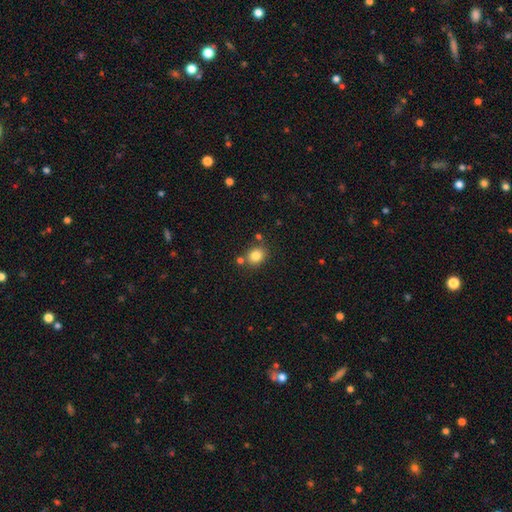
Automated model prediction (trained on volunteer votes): This is clearly a smooth galaxy (83%). How rounded: likely round (62%). Merging: likely none (75%).